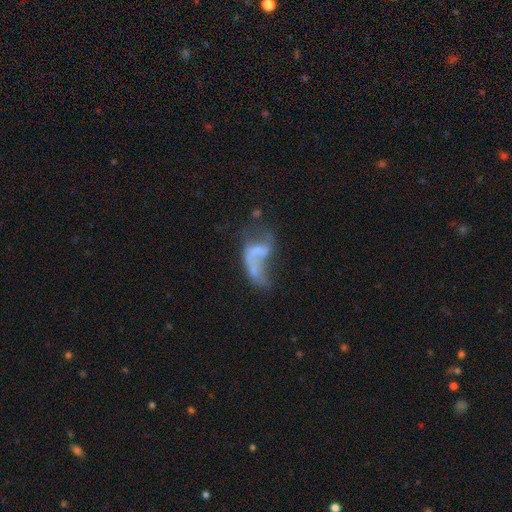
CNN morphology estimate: smooth-or-featured: featured or disk: 59% | smooth: 28% | star or artifact: 13%
  disk-edge-on: no: 96% | yes: 4%
    bar: no: 73% | weak: 20% | strong: 8%
    has-spiral-arms: no: 66% | yes: 34%
    bulge-size: none: 66% | small: 21% | moderate: 9% | large: 3% | dominant: 1%
  merging: major disturbance: 40% | merger: 30% | none: 18% | minor disturbance: 11%